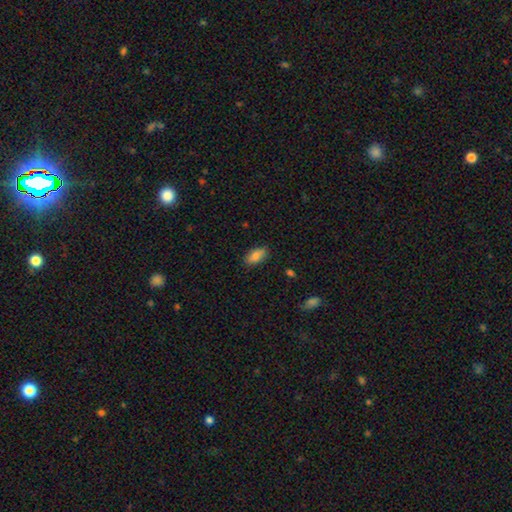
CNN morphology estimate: Smooth or featured?
  - smooth: 83% *
  - featured or disk: 9%
  - star or artifact: 8%
How rounded?
  - in between: 89% *
  - cigar-shaped: 8%
  - round: 3%
Merging?
  - none: 83% *
  - minor disturbance: 13%
  - major disturbance: 3%
  - merger: 1%